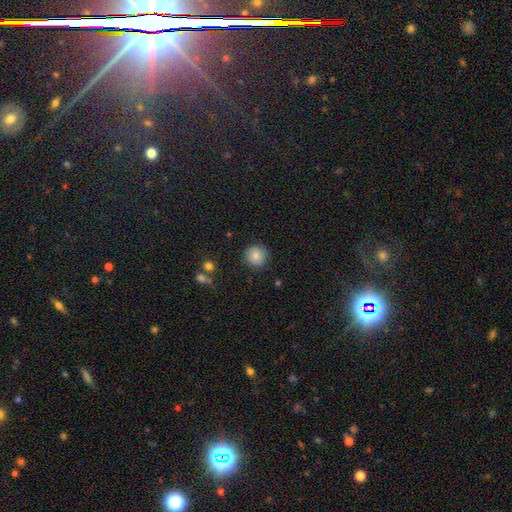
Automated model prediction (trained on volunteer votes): This is clearly a smooth galaxy (83%). How rounded: clearly round (93%). Merging: clearly none (87%).